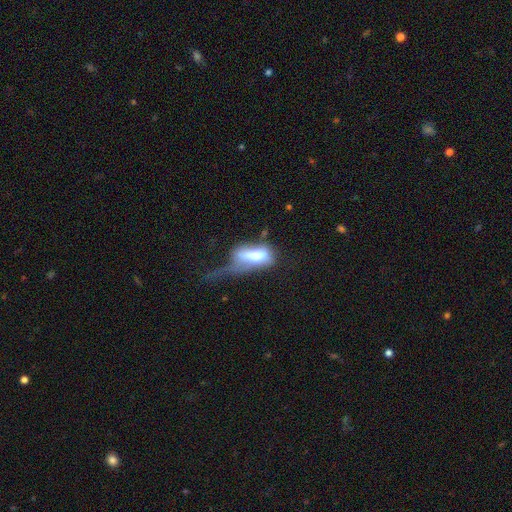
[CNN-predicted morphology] smooth-or-featured: smooth: 61% | featured or disk: 32% | star or artifact: 8%
  how-rounded: in between: 81% | cigar-shaped: 14% | round: 5%
  merging: major disturbance: 58% | minor disturbance: 19% | none: 13% | merger: 10%